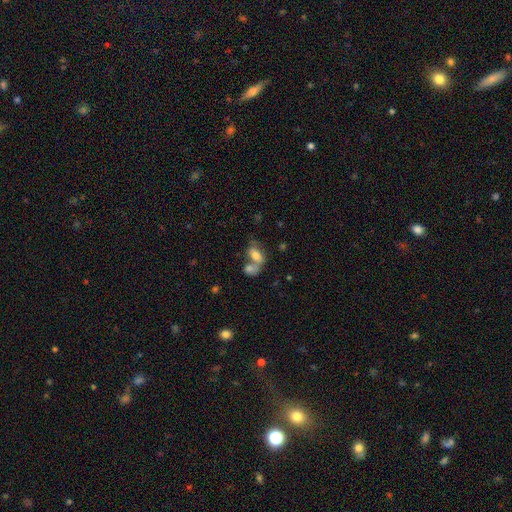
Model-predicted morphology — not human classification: smooth-or-featured: smooth: 70% | featured or disk: 21% | star or artifact: 9%
  how-rounded: in between: 87% | round: 9% | cigar-shaped: 4%
  merging: merger: 59% | none: 24% | minor disturbance: 10% | major disturbance: 7%